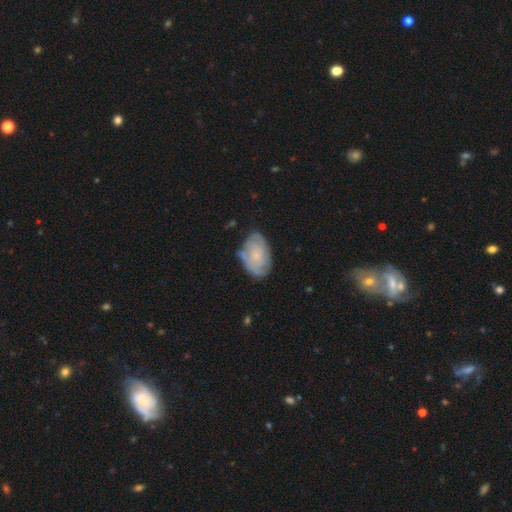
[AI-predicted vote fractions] smooth_or_featured: featured or disk (p=0.56) [alt: smooth p=0.37]
disk_edge_on: no (p=0.96) [alt: yes p=0.04]
bar: no (p=0.80) [alt: weak p=0.18]
has_spiral_arms: yes (p=0.76) [alt: no p=0.24]
bulge_size: small (p=0.56) [alt: moderate p=0.23]
merging: none (p=0.64) [alt: minor disturbance p=0.26]